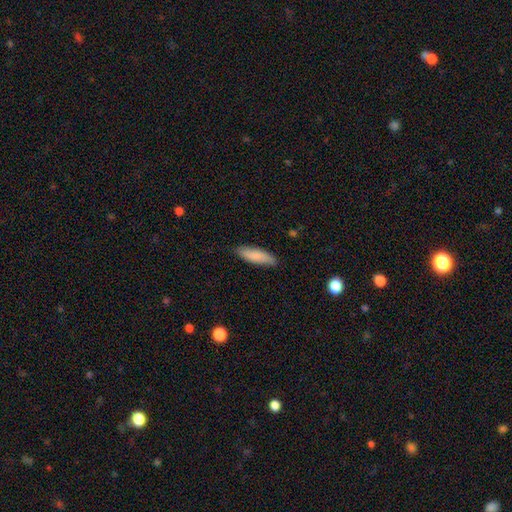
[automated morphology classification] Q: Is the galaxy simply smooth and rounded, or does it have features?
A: smooth — 84%.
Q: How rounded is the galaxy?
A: cigar-shaped — 57%.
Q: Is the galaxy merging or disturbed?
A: none — 85%.